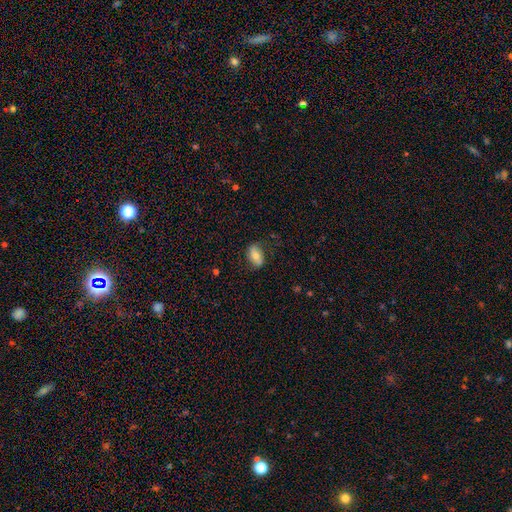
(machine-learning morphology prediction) Smooth or featured? smooth (61%)
How rounded? in between (88%)
Merging? none (75%)